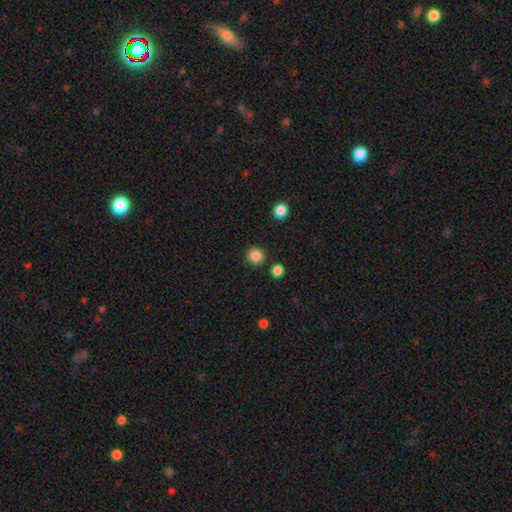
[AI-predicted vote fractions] smooth_or_featured: smooth (p=0.86) [alt: star or artifact p=0.11]
how_rounded: round (p=0.92) [alt: in between p=0.08]
merging: none (p=0.88) [alt: minor disturbance p=0.06]